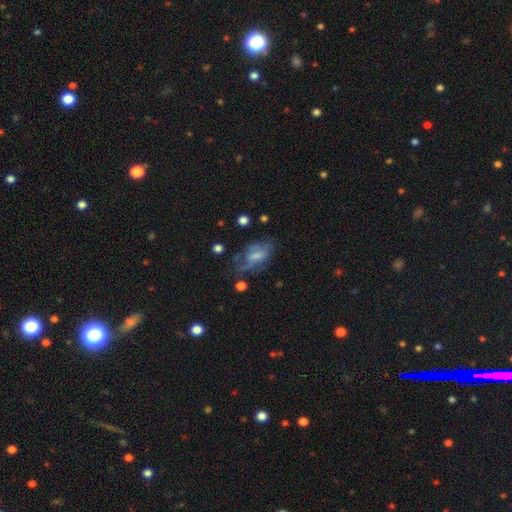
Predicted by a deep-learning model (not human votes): This appears to be a smooth galaxy with no disk features (45%, tied with featured or disk). Merging: none (39%).